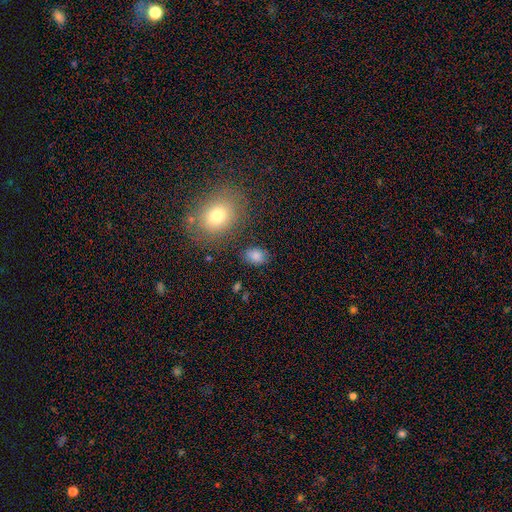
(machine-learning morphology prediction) Smooth or featured: smooth — 83% (star or artifact — 11%)
How rounded: in between — 74% (round — 25%)
Merging: none — 79% (minor disturbance — 13%)